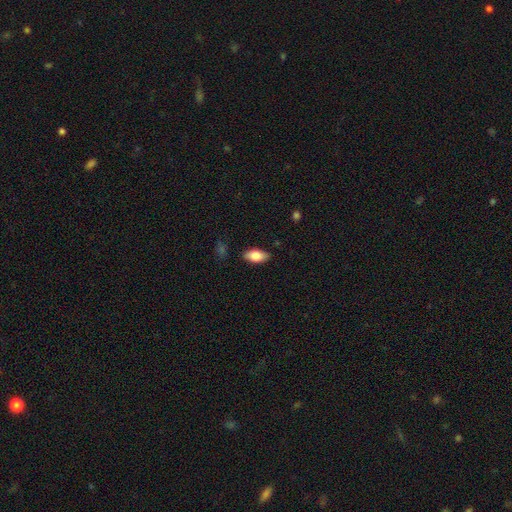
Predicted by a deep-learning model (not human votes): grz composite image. It shows a smooth galaxy with no disk features (81%) that is in between round and cigar-shaped (91%). Merging: none (85%).